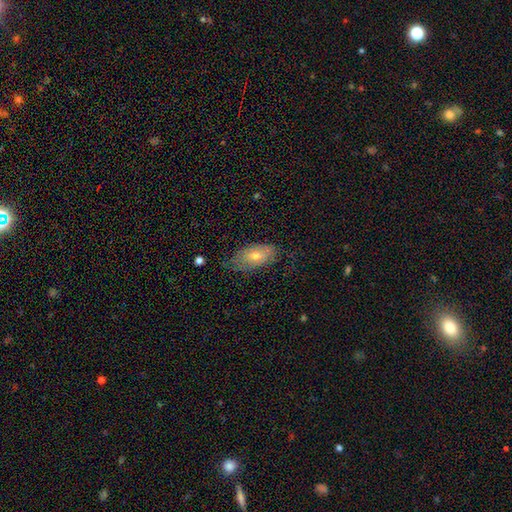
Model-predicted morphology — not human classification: Smooth or featured: smooth — 62% (featured or disk — 31%)
How rounded: in between — 91% (round — 5%)
Merging: none — 64% (minor disturbance — 27%)